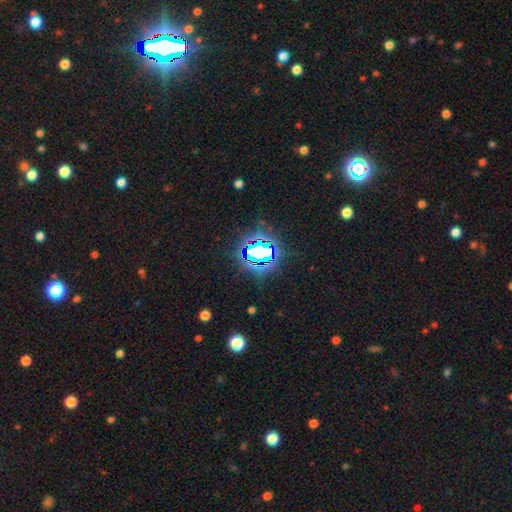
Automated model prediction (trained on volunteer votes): Smooth or featured? Predicted: star or artifact (p=0.74).